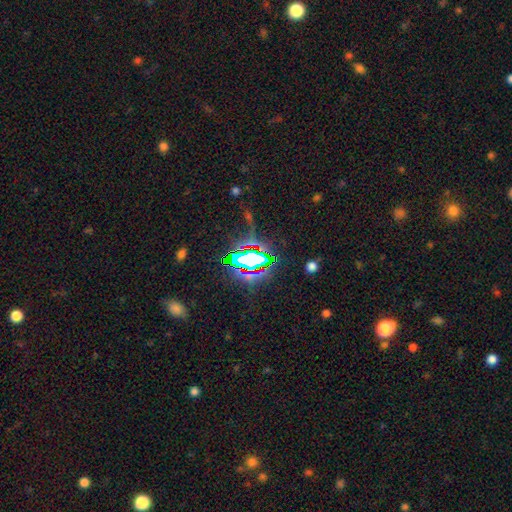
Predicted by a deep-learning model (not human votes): A star or artifact, not a galaxy (66%).

Vote fractions:
- Smooth or featured? star or artifact: 66% / smooth: 18% / featured or disk: 16%